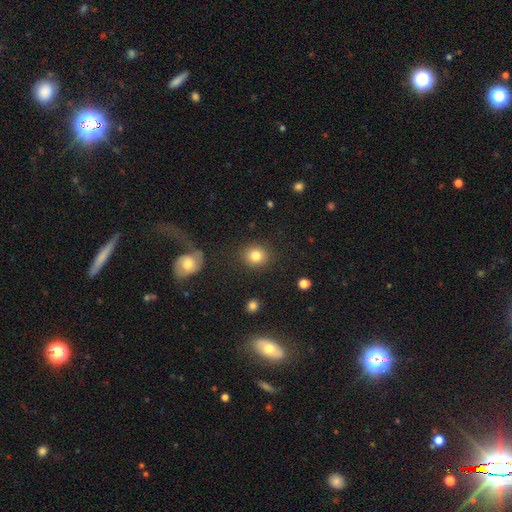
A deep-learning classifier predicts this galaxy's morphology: Smooth or featured: smooth — 83% (star or artifact — 10%)
How rounded: round — 81% (in between — 18%)
Merging: none — 87% (minor disturbance — 8%)